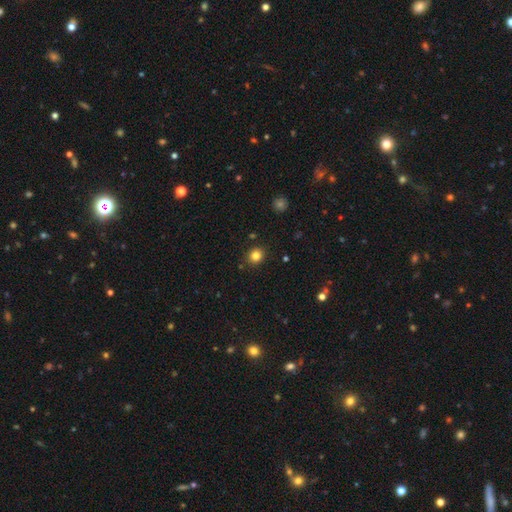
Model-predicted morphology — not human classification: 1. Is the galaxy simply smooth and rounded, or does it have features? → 82% smooth, 13% star or artifact, 5% featured or disk.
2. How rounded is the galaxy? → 82% round, 17% in between, 1% cigar-shaped.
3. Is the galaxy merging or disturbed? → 89% none, 7% minor disturbance, 2% major disturbance, 2% merger.